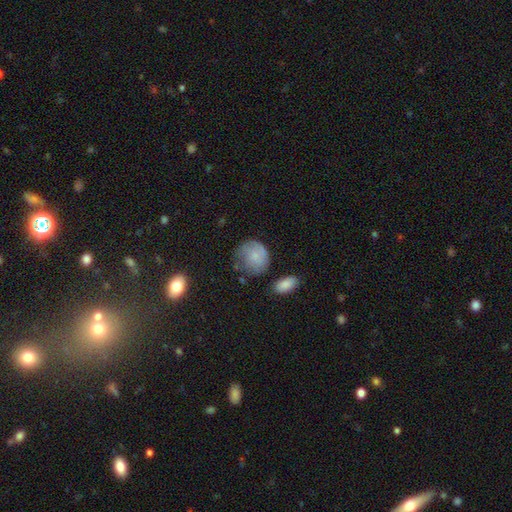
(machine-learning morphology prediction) smooth 62%, featured or disk 30%, star or artifact 8%. Down the decision tree: how rounded — round (74%); merging — none (54%).